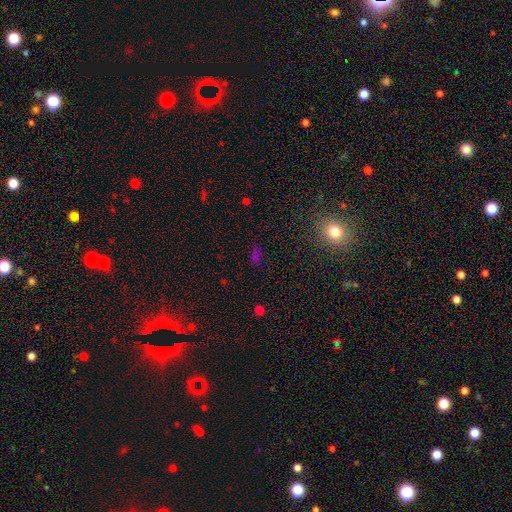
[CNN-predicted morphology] This is possibly a smooth galaxy (50%). How rounded: likely in between (78%). Merging: likely none (68%).